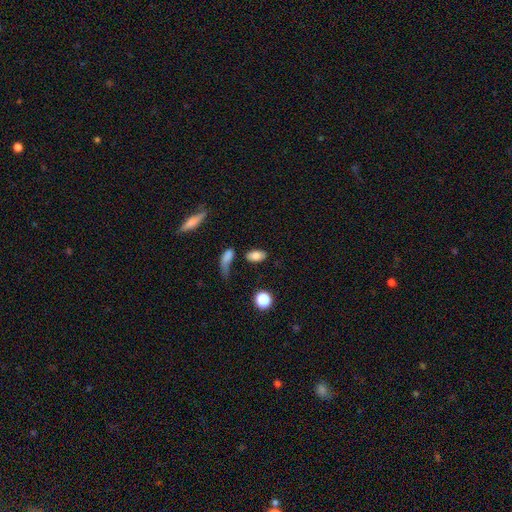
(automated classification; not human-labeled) This appears to be a smooth galaxy with no disk features (79%) that is in between round and cigar-shaped (90%). Merging: none (66%).